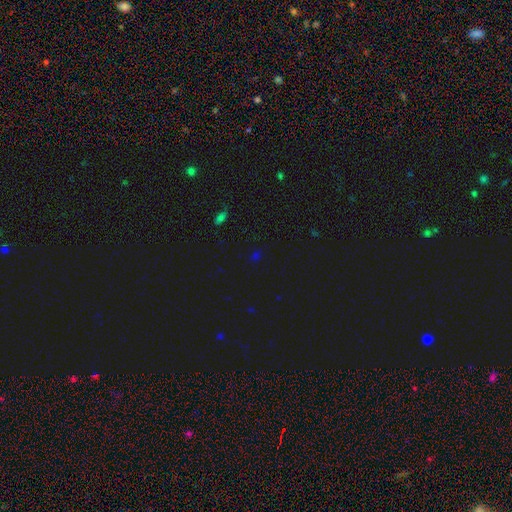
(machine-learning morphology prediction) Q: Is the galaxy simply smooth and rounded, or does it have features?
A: star or artifact — 63%.